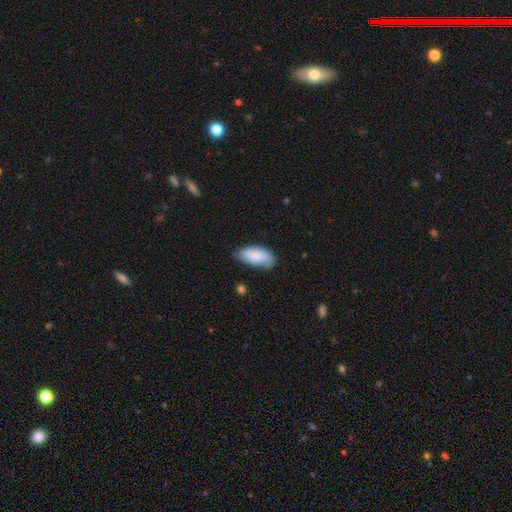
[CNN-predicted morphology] smooth_or_featured: smooth (p=0.83) [alt: featured or disk p=0.11]
how_rounded: in between (p=0.90) [alt: cigar-shaped p=0.08]
merging: none (p=0.61) [alt: minor disturbance p=0.31]